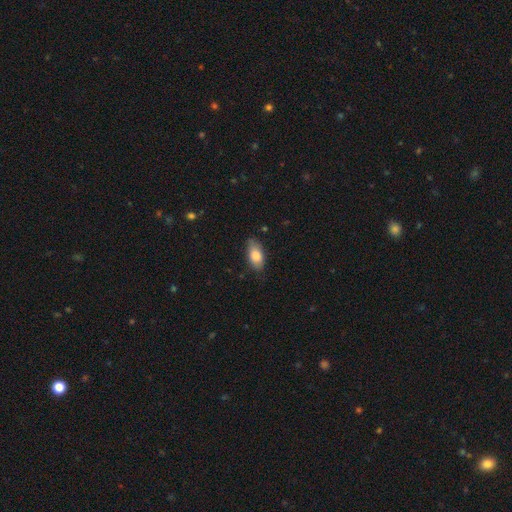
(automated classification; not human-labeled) Smooth or featured: smooth — 81% (featured or disk — 12%)
How rounded: in between — 89% (cigar-shaped — 7%)
Merging: none — 76% (minor disturbance — 19%)